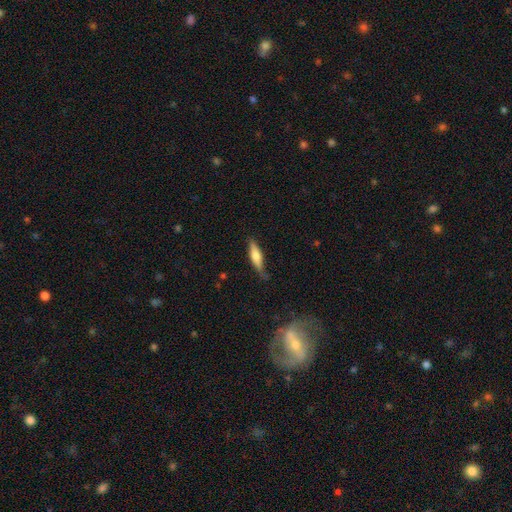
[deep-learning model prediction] Q: Smooth or featured?
A: smooth (61%); runner-up: featured or disk (33%)
Q: How rounded?
A: cigar-shaped (72%); runner-up: in between (26%)
Q: Merging?
A: none (69%); runner-up: minor disturbance (25%)